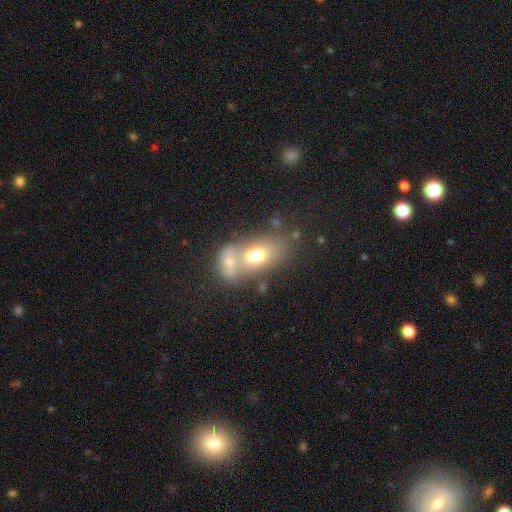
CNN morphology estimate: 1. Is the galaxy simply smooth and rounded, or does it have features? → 67% smooth, 23% featured or disk, 10% star or artifact.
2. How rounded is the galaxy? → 80% in between, 17% round, 3% cigar-shaped.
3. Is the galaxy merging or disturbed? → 53% merger, 32% none, 9% minor disturbance, 5% major disturbance.